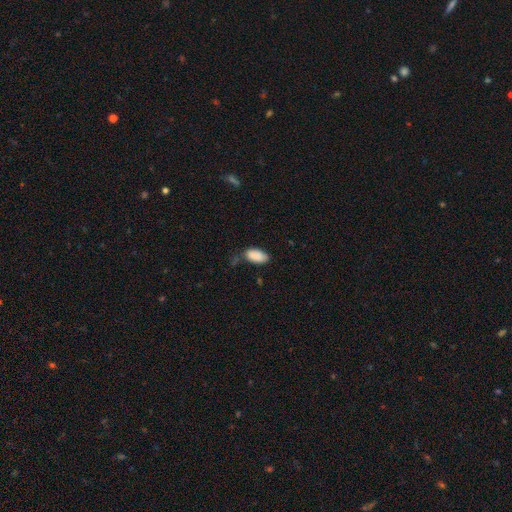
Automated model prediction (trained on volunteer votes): Q: Smooth or featured?
A: smooth (89%); runner-up: star or artifact (7%)
Q: How rounded?
A: in between (94%); runner-up: cigar-shaped (3%)
Q: Merging?
A: none (61%); runner-up: minor disturbance (28%)